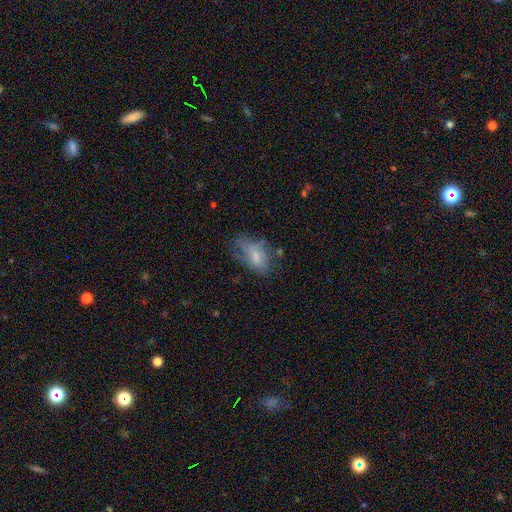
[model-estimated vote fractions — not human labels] Smooth or featured?
  - smooth: 55% *
  - featured or disk: 35%
  - star or artifact: 10%
How rounded?
  - in between: 88% *
  - round: 7%
  - cigar-shaped: 5%
Merging?
  - none: 39% *
  - minor disturbance: 30%
  - major disturbance: 27%
  - merger: 4%